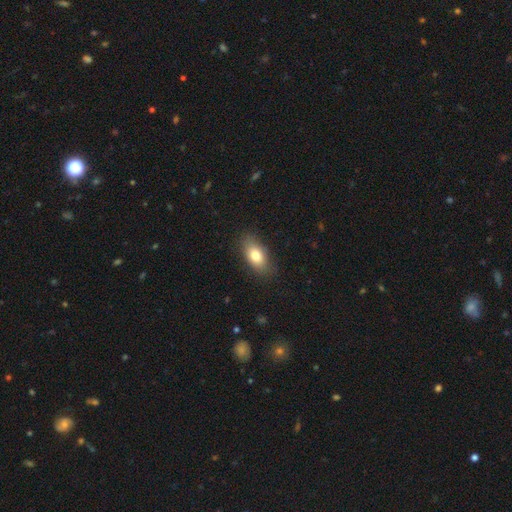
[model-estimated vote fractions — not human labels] This is likely a smooth galaxy (78%). How rounded: clearly in between (88%). Merging: clearly none (85%).